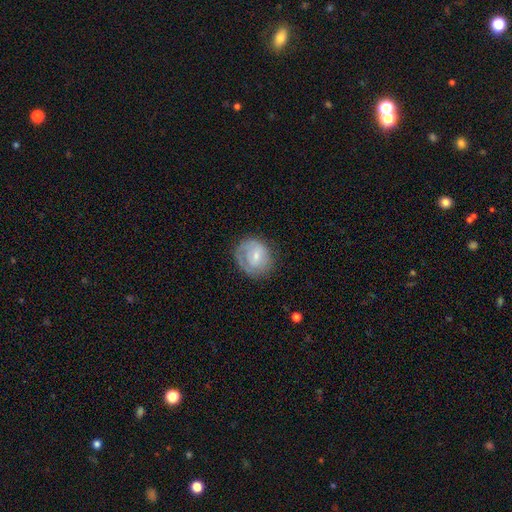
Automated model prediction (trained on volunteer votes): The model was most divided on "smooth or featured": featured or disk: 49%, smooth: 44%, star or artifact: 7%. More confident: merging — none (64%).